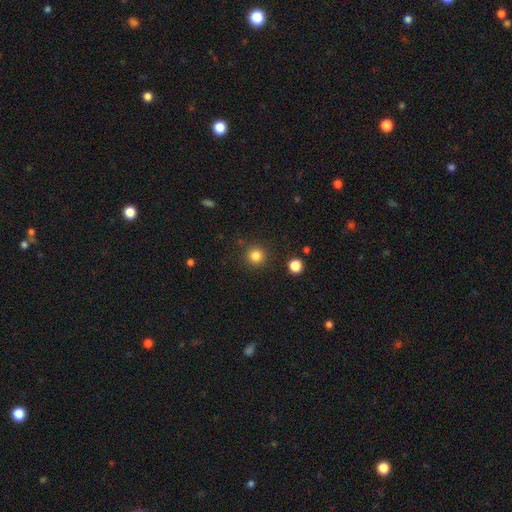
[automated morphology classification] A smooth galaxy with no disk features (83%) that is round (94%).

Vote fractions:
- Smooth or featured? smooth: 83% / star or artifact: 12% / featured or disk: 5%
- How rounded? round: 94% / in between: 5% / cigar-shaped: 1%
- Merging? none: 89% / minor disturbance: 6% / major disturbance: 2% / merger: 2%